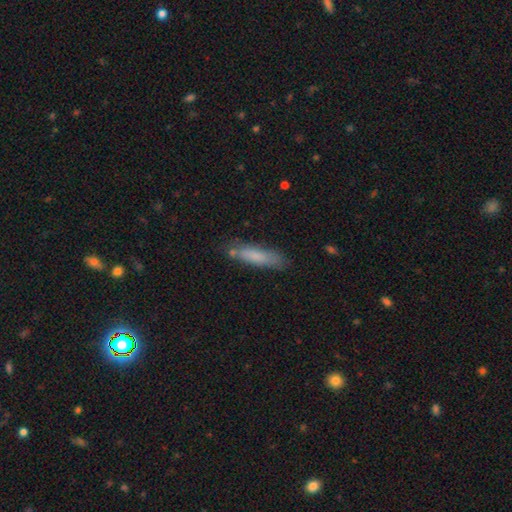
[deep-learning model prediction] This is likely a smooth galaxy (78%). How rounded: likely cigar-shaped (75%). Merging: likely none (70%).